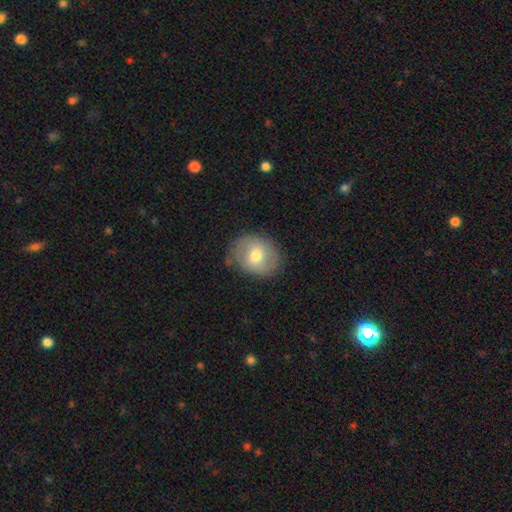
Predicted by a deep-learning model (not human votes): A smooth galaxy with no disk features (61%) that is round (53%). Merging: none (72%).